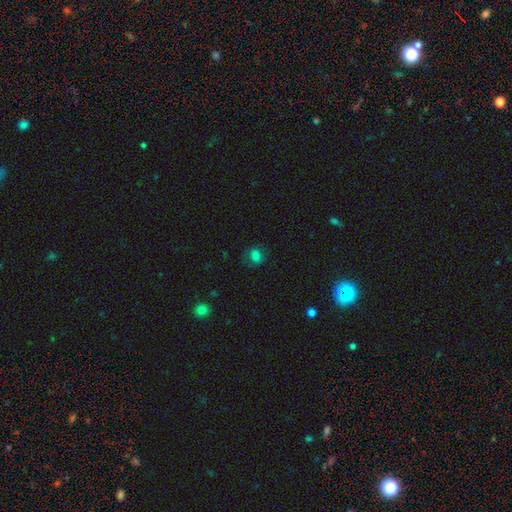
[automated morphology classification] Smooth or featured? Predicted: smooth (p=0.75). How rounded? Predicted: round (p=0.53). Merging? Predicted: none (p=0.75).